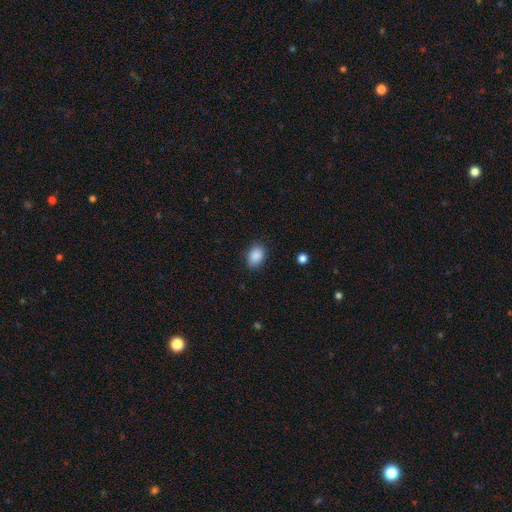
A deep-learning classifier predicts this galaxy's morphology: Smooth or featured?
  - smooth: 89% *
  - star or artifact: 8%
  - featured or disk: 4%
How rounded?
  - in between: 75% *
  - round: 24%
  - cigar-shaped: 1%
Merging?
  - none: 83% *
  - minor disturbance: 13%
  - major disturbance: 3%
  - merger: 1%